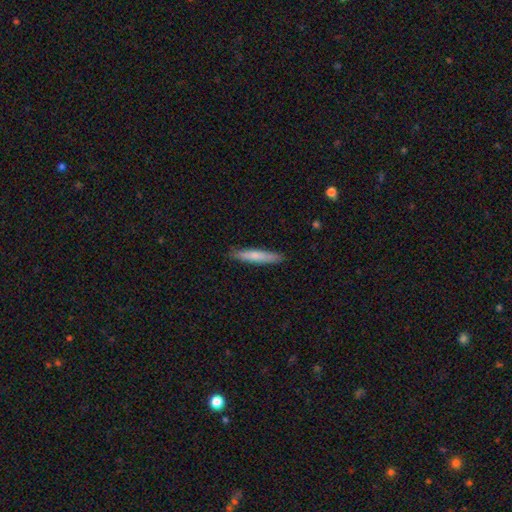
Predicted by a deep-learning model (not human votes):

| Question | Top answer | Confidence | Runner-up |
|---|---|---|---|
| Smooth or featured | smooth | 74% | featured or disk (21%) |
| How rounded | cigar-shaped | 91% | in between (7%) |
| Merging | none | 89% | minor disturbance (9%) |